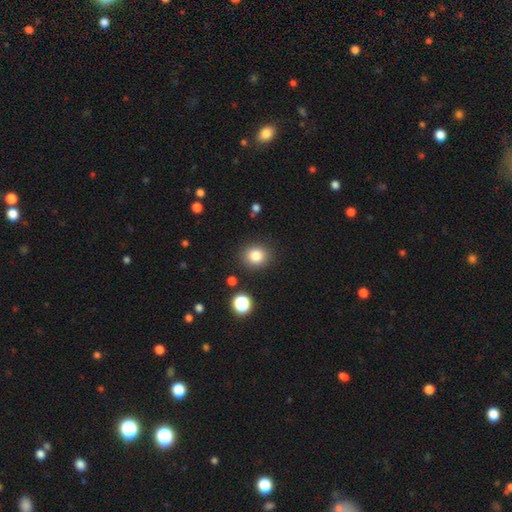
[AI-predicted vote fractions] A smooth galaxy with no disk features (83%) that is round (80%).

Vote fractions:
- Smooth or featured? smooth: 83% / star or artifact: 12% / featured or disk: 6%
- How rounded? round: 80% / in between: 19% / cigar-shaped: 1%
- Merging? none: 88% / minor disturbance: 8% / major disturbance: 3% / merger: 2%